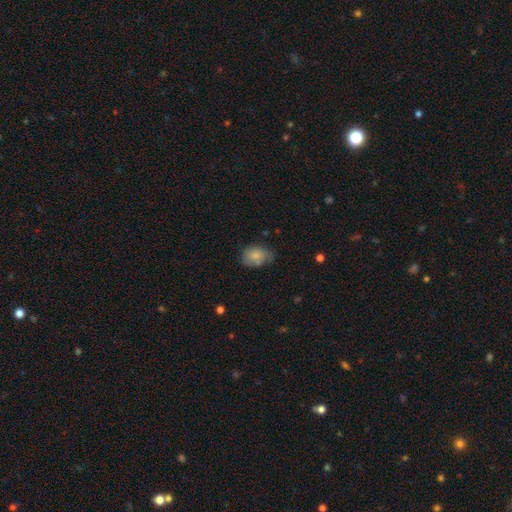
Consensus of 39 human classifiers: A smooth galaxy with no disk features (79%) that is in between round and cigar-shaped (87%).

Vote fractions:
- Smooth or featured? smooth: 79% / featured or disk: 18% / star or artifact: 3%
- How rounded? in between: 87% / round: 13% / cigar-shaped: 0%
- Merging? none: 53% / minor disturbance: 37% / major disturbance: 8% / merger: 3%